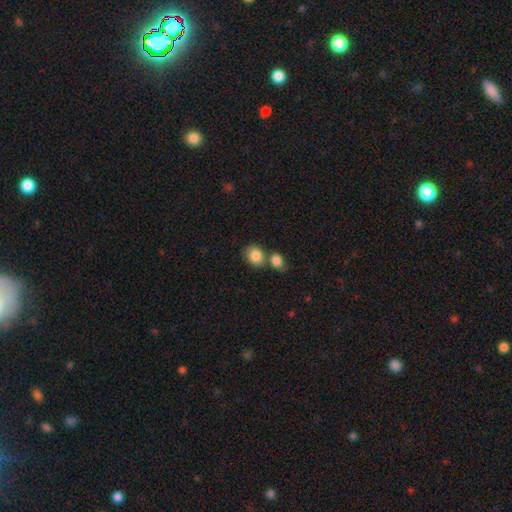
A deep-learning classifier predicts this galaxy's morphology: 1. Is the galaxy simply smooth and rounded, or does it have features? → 86% smooth, 7% star or artifact, 7% featured or disk.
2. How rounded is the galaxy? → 50% round, 49% in between, 1% cigar-shaped.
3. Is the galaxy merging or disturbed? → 47% none, 40% merger, 10% minor disturbance, 3% major disturbance.